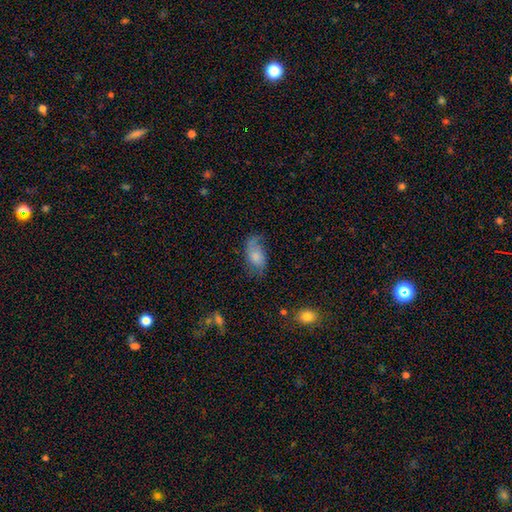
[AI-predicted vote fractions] Overall: smooth (49%; featured or disk 42%). Merging: none (48%; minor disturbance 28%).